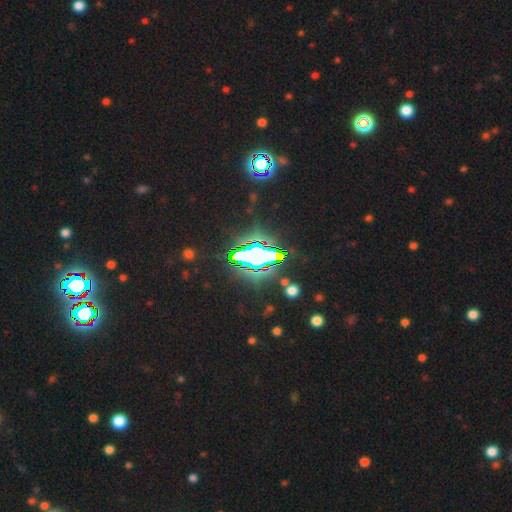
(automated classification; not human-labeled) Smooth or featured: star or artifact — 72% (smooth — 16%)